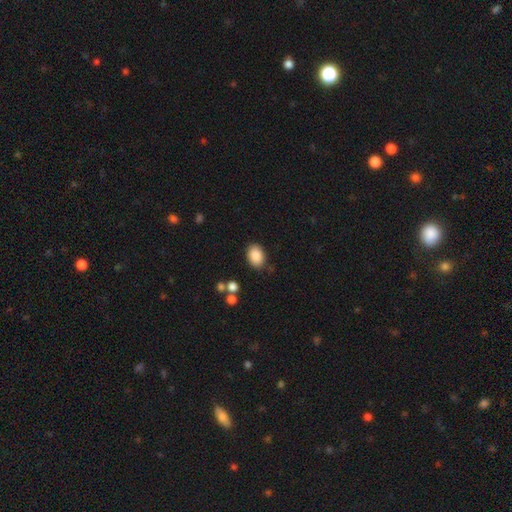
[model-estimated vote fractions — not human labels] Smooth or featured? Predicted: smooth (p=0.88). How rounded? Predicted: in between (p=0.82). Merging? Predicted: none (p=0.83).